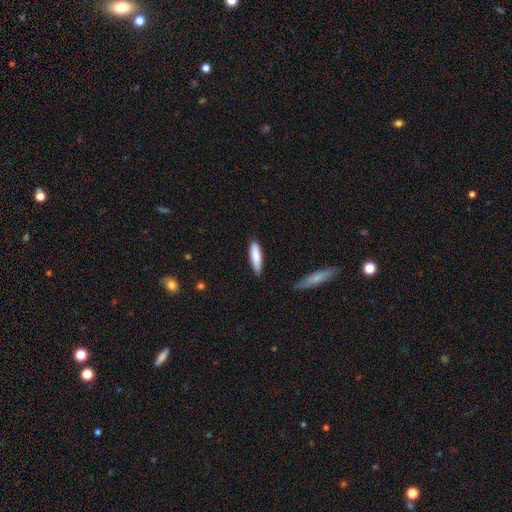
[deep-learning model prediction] smooth 85%, featured or disk 9%, star or artifact 5%. Down the decision tree: how rounded — cigar-shaped (67%); merging — none (84%).